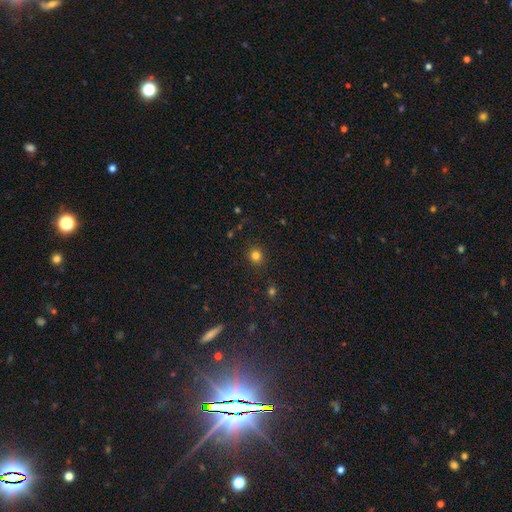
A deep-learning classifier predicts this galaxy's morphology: Smooth or featured? Predicted: smooth (p=0.80). How rounded? Predicted: round (p=0.87). Merging? Predicted: none (p=0.89).